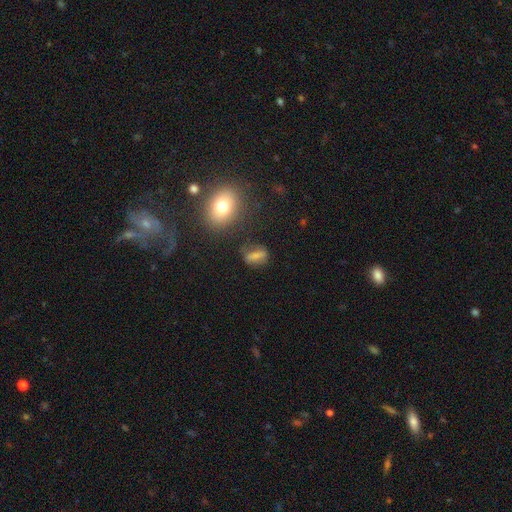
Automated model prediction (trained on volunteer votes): Q: Smooth or featured?
A: smooth (60%); runner-up: featured or disk (25%)
Q: How rounded?
A: in between (64%); runner-up: round (20%)
Q: Merging?
A: none (70%); runner-up: minor disturbance (18%)